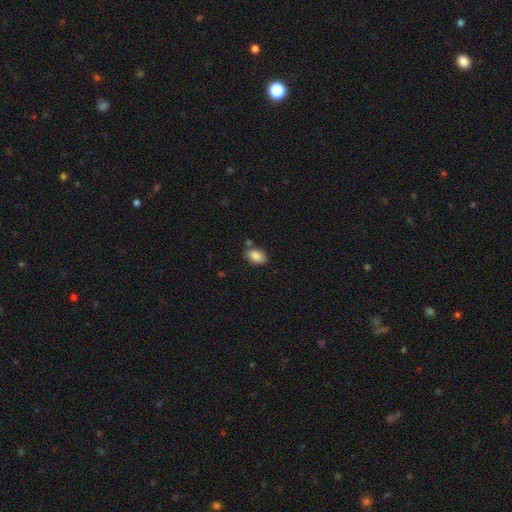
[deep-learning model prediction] Morphology: type=smooth (87%); roundness=in between (90%); merging=none (75%).